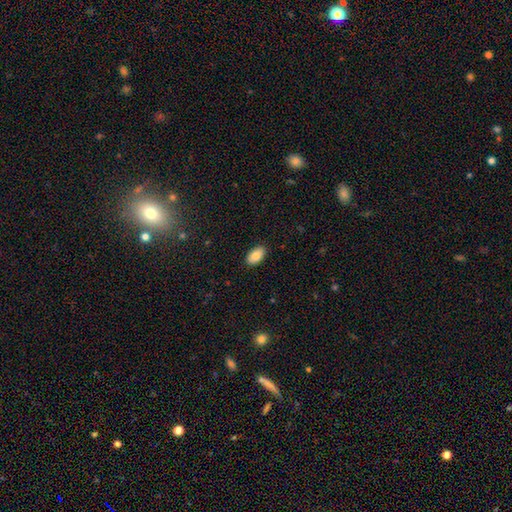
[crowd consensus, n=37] Overall: smooth (97%). How rounded: in between (92%). Merging: none (92%).